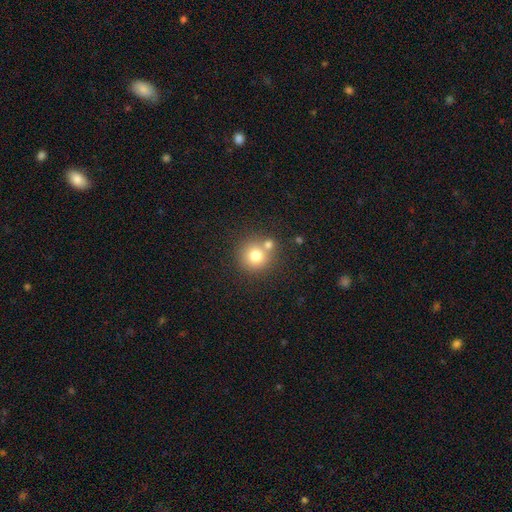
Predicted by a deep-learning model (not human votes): This is likely a smooth galaxy (76%). How rounded: clearly round (92%). Merging: likely none (64%).